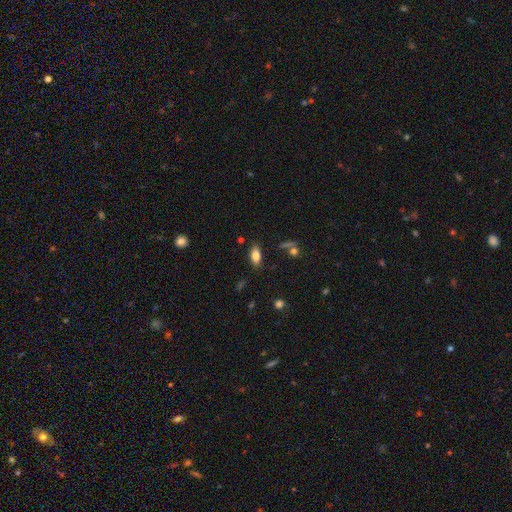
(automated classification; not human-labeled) This appears to be a smooth galaxy with no disk features (80%) that is in between round and cigar-shaped (88%). Merging: none (83%).